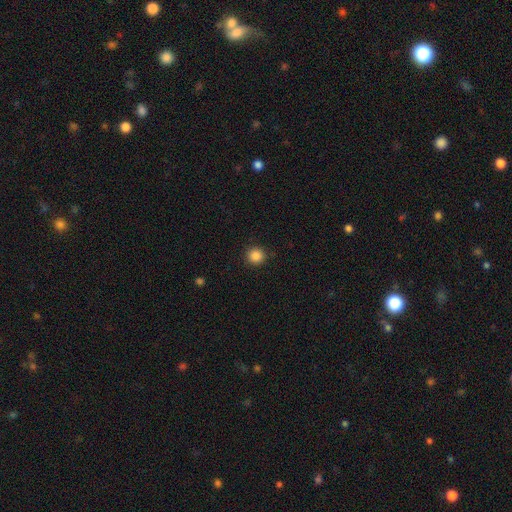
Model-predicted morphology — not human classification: Smooth or featured?
  - smooth: 87% *
  - star or artifact: 11%
  - featured or disk: 3%
How rounded?
  - round: 94% *
  - in between: 5%
  - cigar-shaped: 1%
Merging?
  - none: 91% *
  - minor disturbance: 6%
  - major disturbance: 2%
  - merger: 1%